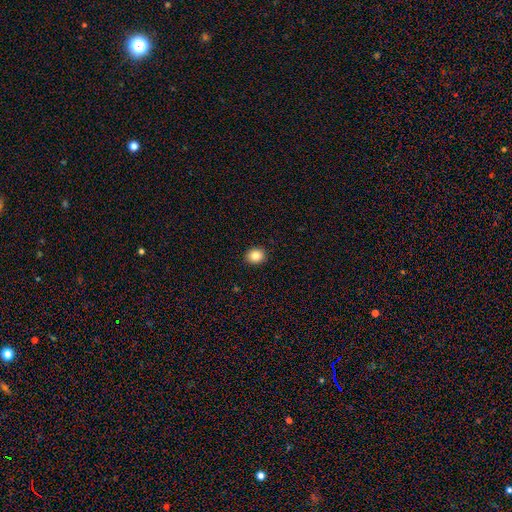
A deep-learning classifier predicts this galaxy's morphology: A smooth galaxy with no disk features (84%) that is round (64%).

Vote fractions:
- Smooth or featured? smooth: 84% / star or artifact: 10% / featured or disk: 6%
- How rounded? round: 64% / in between: 35% / cigar-shaped: 1%
- Merging? none: 91% / minor disturbance: 6% / major disturbance: 2% / merger: 1%